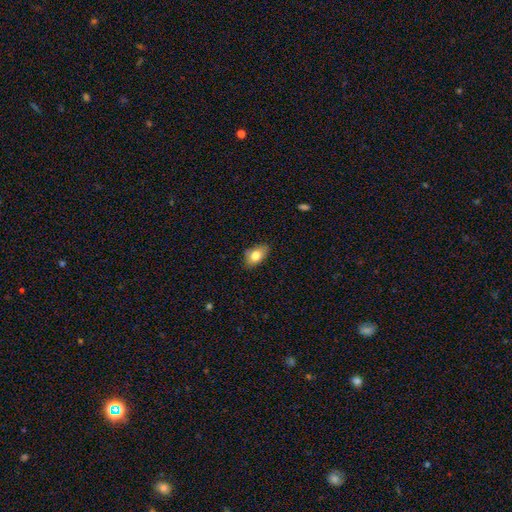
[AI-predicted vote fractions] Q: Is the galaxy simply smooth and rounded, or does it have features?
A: smooth — 79%.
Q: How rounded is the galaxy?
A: in between — 88%.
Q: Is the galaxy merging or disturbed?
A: none — 77%.